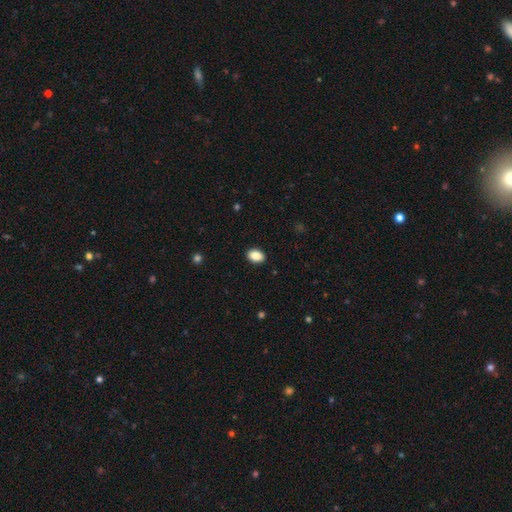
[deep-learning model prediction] A smooth galaxy with no disk features (88%) that is in between round and cigar-shaped (83%). Merging: none (90%).